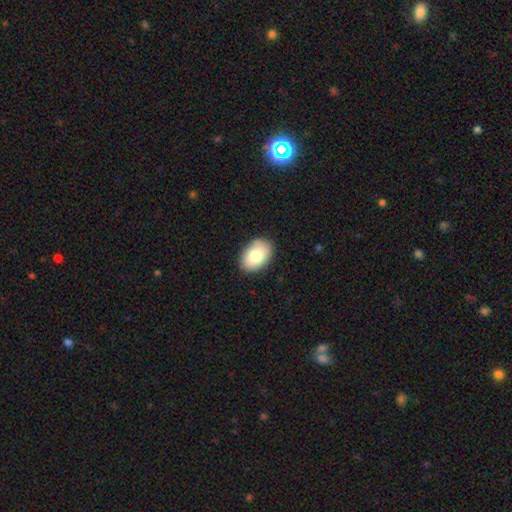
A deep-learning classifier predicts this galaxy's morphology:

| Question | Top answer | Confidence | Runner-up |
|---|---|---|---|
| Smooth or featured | smooth | 82% | featured or disk (11%) |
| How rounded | in between | 87% | round (12%) |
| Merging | none | 87% | minor disturbance (10%) |